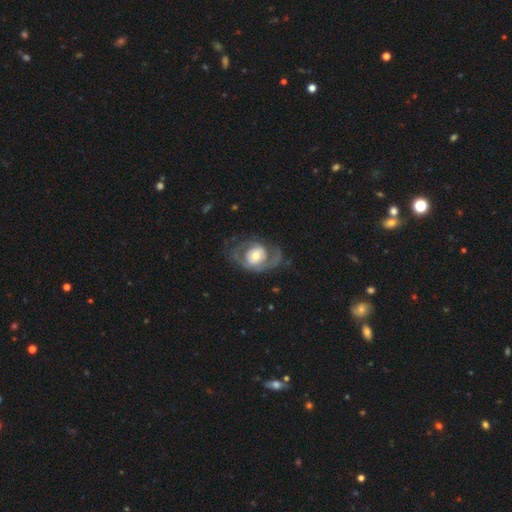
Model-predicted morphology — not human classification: Q: Smooth or featured?
A: featured or disk (75%); runner-up: smooth (20%)
Q: Edge-on disk?
A: no (96%); runner-up: yes (4%)
Q: Bar?
A: no (67%); runner-up: weak (24%)
Q: Spiral arms?
A: yes (72%); runner-up: no (28%)
Q: Spiral winding?
A: medium (42%); runner-up: tight (33%)
Q: Spiral arm count?
A: 2 (69%); runner-up: can't tell (15%)
Q: Bulge size?
A: moderate (62%); runner-up: small (18%)
Q: Merging?
A: none (58%); runner-up: major disturbance (22%)